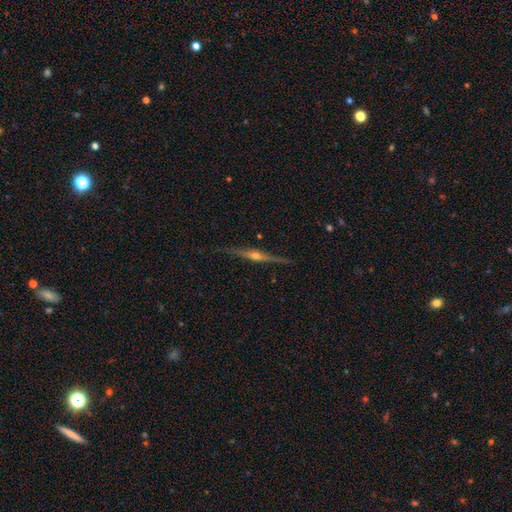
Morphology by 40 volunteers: Overall: featured or disk (85%). Edge-on disk: yes (100%). Edge-on bulge: rounded (94%). Merging: none (95%).